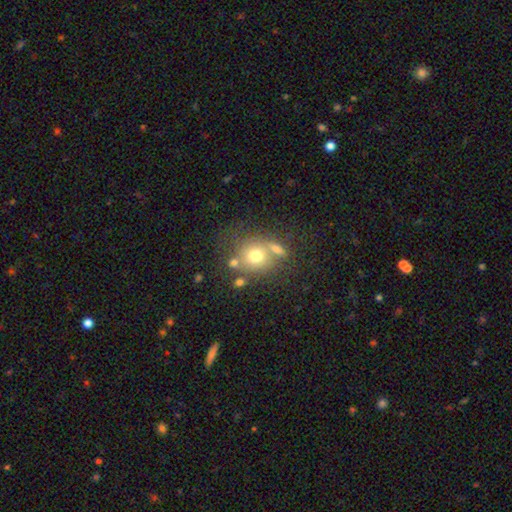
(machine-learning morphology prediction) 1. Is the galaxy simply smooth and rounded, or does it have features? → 69% smooth, 18% featured or disk, 13% star or artifact.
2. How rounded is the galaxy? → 78% round, 20% in between, 1% cigar-shaped.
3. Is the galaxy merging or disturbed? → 54% none, 26% merger, 13% minor disturbance, 7% major disturbance.